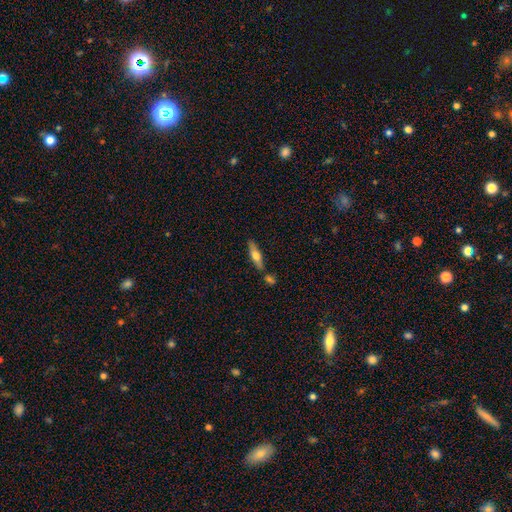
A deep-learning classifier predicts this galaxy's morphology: Overall: smooth (56%; featured or disk 38%). How rounded: cigar-shaped (69%; in between 29%). Merging: none (73%).